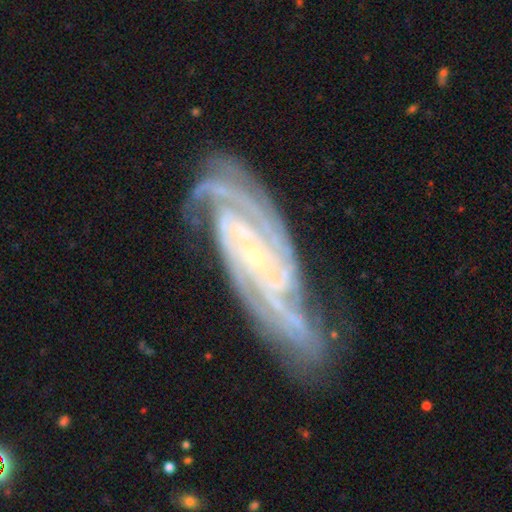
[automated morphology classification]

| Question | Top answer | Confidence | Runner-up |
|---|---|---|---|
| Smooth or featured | featured or disk | 92% | star or artifact (5%) |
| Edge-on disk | no | 94% | yes (6%) |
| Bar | no | 56% | weak (27%) |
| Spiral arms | yes | 99% | no (1%) |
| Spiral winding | tight | 70% | medium (26%) |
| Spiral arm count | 3 | 31% | 4 (23%) |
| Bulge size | small | 84% | moderate (12%) |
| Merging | none | 72% | minor disturbance (19%) |